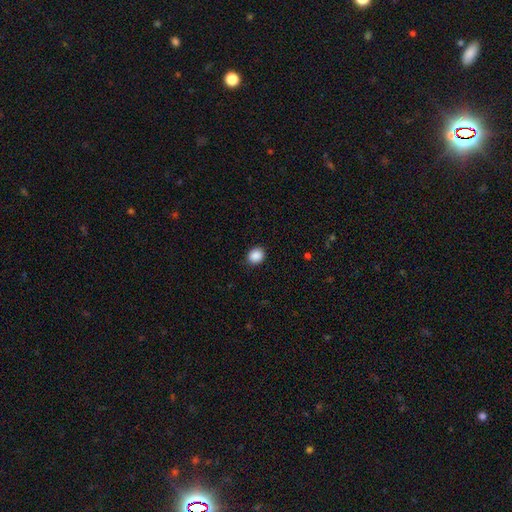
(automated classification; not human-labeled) smooth 89%, star or artifact 8%, featured or disk 3%. Down the decision tree: how rounded — round (63%); merging — none (89%).